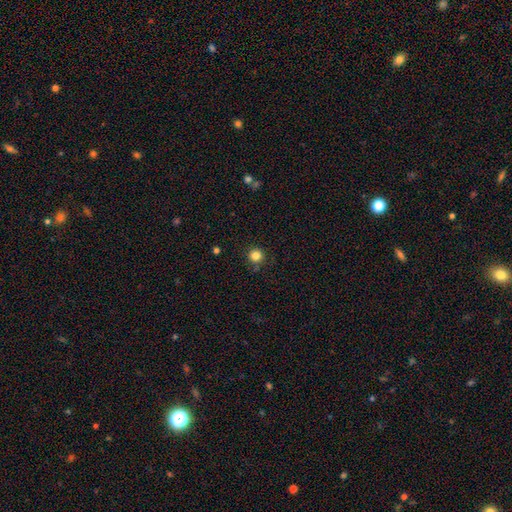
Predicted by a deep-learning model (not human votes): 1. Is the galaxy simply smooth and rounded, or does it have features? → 83% smooth, 13% star or artifact, 4% featured or disk.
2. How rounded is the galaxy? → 95% round, 4% in between, 1% cigar-shaped.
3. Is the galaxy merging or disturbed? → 87% none, 8% minor disturbance, 3% merger, 2% major disturbance.